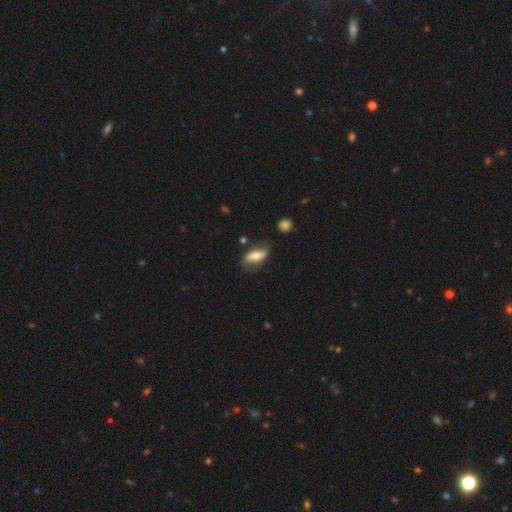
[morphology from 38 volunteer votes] This is likely a smooth galaxy (76%). How rounded: clearly in between (83%). Merging: possibly none (58%).